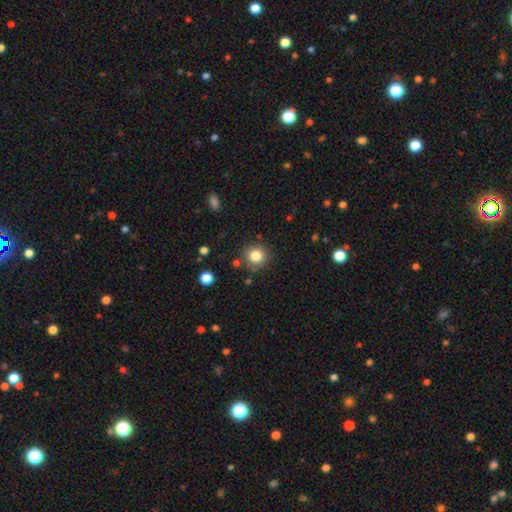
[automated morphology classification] smooth 82%, star or artifact 11%, featured or disk 7%. Down the decision tree: how rounded — round (93%); merging — none (85%).